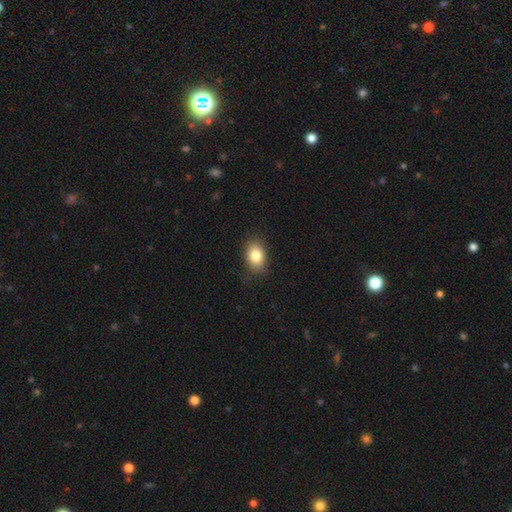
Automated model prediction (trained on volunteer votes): smooth 83%, star or artifact 9%, featured or disk 8%. Down the decision tree: how rounded — in between (77%); merging — none (85%).